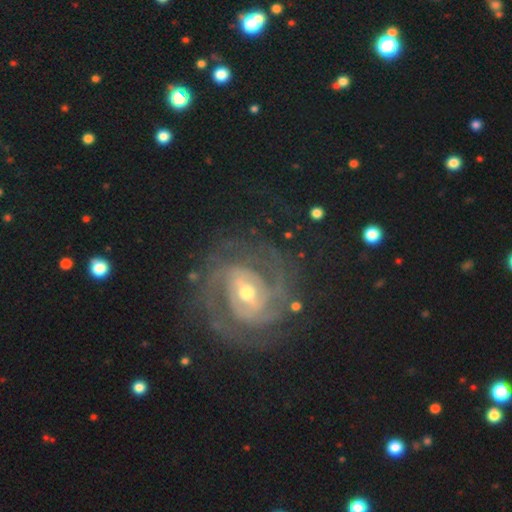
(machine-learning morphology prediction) The model was most divided on "bulge size": small: 48%, moderate: 46%, large: 4%, none: 1%, dominant: 1%. Remaining: edge-on disk — no (97%); spiral arms — yes (96%); smooth or featured — featured or disk (87%); merging — none (77%); spiral winding — tight (63%); spiral arm count — 2 (55%); bar — weak (42%).